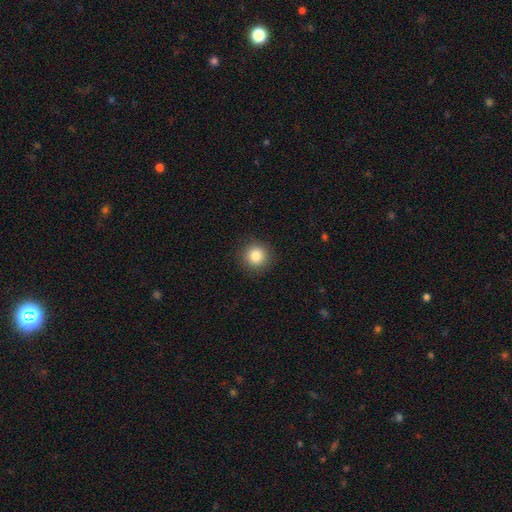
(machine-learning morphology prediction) Q: Smooth or featured?
A: smooth (84%); runner-up: star or artifact (10%)
Q: How rounded?
A: round (94%); runner-up: in between (5%)
Q: Merging?
A: none (91%); runner-up: minor disturbance (6%)